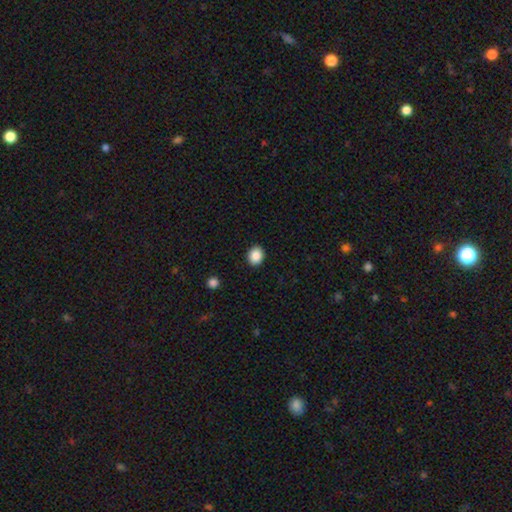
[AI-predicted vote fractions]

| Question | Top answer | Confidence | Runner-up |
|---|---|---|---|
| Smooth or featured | smooth | 88% | star or artifact (9%) |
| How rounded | round | 57% | in between (43%) |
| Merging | none | 91% | minor disturbance (6%) |